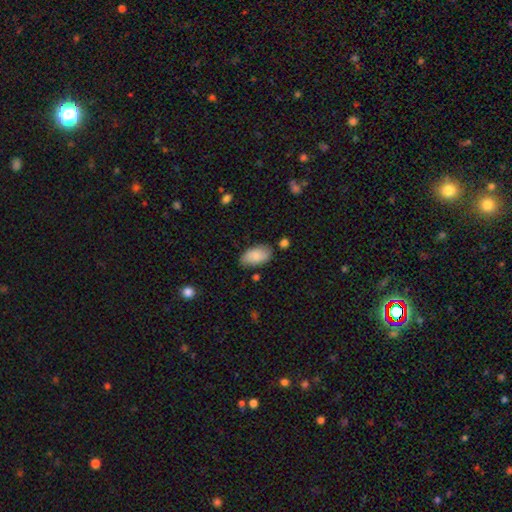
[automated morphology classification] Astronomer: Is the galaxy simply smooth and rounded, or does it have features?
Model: smooth — 85%.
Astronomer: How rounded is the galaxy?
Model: in between — 95%.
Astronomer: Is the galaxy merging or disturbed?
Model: none — 76%.